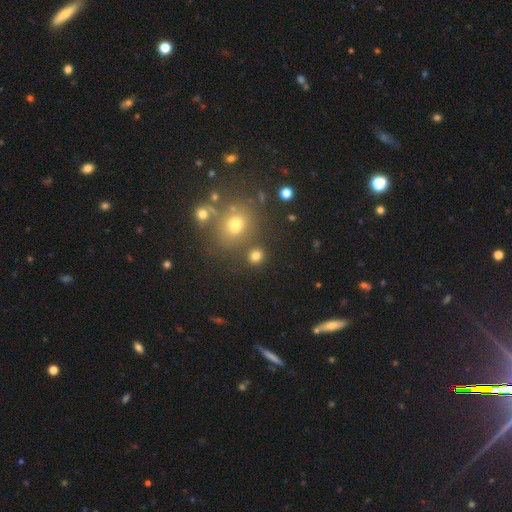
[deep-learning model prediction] smooth_or_featured: smooth (p=0.76) [alt: star or artifact p=0.17]
how_rounded: round (p=0.83) [alt: in between p=0.16]
merging: none (p=0.79) [alt: merger p=0.09]